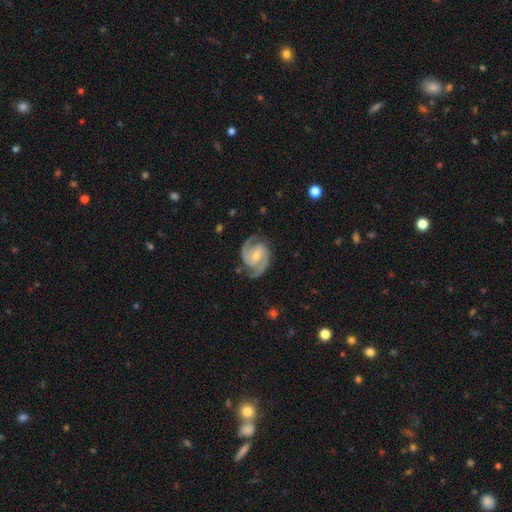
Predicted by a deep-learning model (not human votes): A featured or disk galaxy (93%) with a weak bar (45%), 2 (93%) medium (55%) spiral arms (98%) and a moderate central bulge (47%, tied with small). Merging: none (82%).